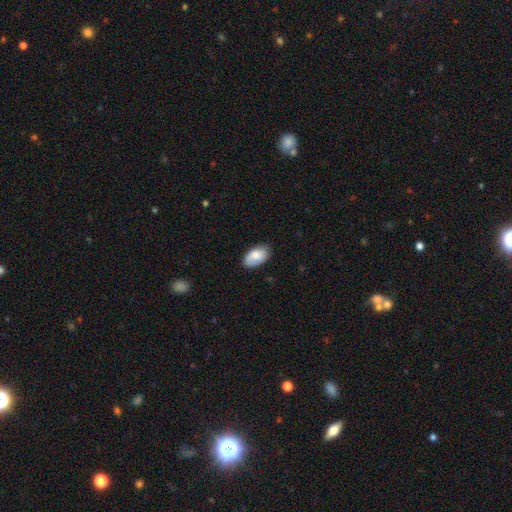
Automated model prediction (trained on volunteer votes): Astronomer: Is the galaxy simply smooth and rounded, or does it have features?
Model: smooth — 75%.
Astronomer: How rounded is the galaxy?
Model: in between — 94%.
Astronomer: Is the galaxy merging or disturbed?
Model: none — 77%.